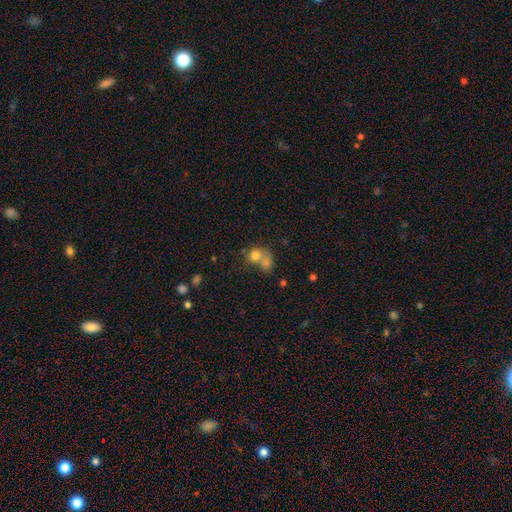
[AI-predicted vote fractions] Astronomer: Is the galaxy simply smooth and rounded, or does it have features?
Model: smooth — 75%.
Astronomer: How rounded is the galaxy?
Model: round — 67%.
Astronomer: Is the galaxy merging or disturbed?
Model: merger — 60%.